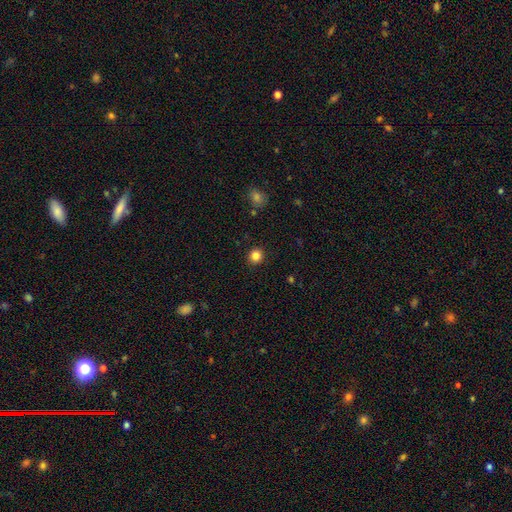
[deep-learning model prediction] This is clearly a smooth galaxy (84%). How rounded: clearly round (90%). Merging: clearly none (91%).